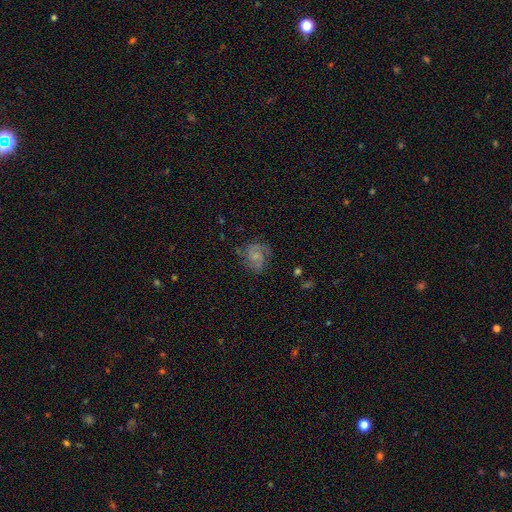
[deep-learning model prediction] smooth_or_featured: featured or disk (p=0.62) [alt: smooth p=0.28]
disk_edge_on: no (p=0.98) [alt: yes p=0.02]
bar: no (p=0.66) [alt: weak p=0.29]
has_spiral_arms: yes (p=0.91) [alt: no p=0.09]
spiral_winding: medium (p=0.47) [alt: tight p=0.33]
spiral_arm_count: 2 (p=0.67) [alt: can't tell p=0.13]
bulge_size: small (p=0.52) [alt: none p=0.25]
merging: none (p=0.66) [alt: minor disturbance p=0.21]